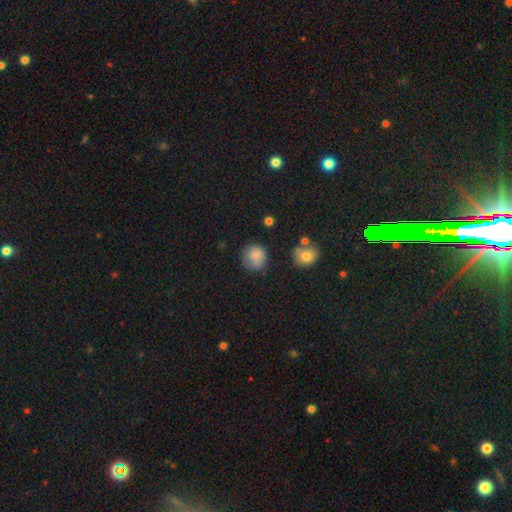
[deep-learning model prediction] smooth 81%, featured or disk 10%, star or artifact 9%. Down the decision tree: how rounded — round (84%); merging — none (61%).